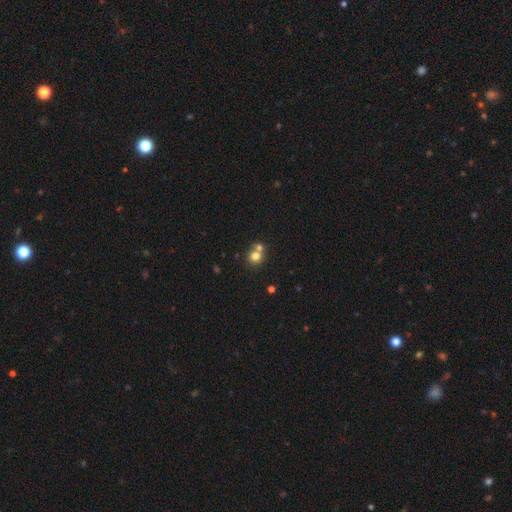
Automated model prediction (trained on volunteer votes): smooth-or-featured: smooth: 77% | star or artifact: 12% | featured or disk: 11%
  how-rounded: round: 83% | in between: 16% | cigar-shaped: 1%
  merging: none: 46% | merger: 45% | minor disturbance: 6% | major disturbance: 3%